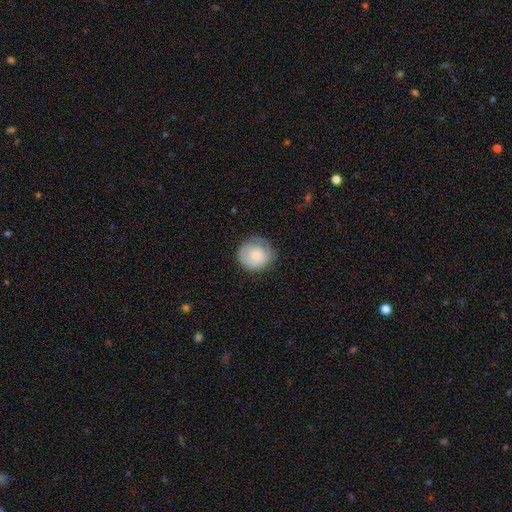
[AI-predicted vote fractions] Overall: smooth (74%). How rounded: round (87%). Merging: none (68%).